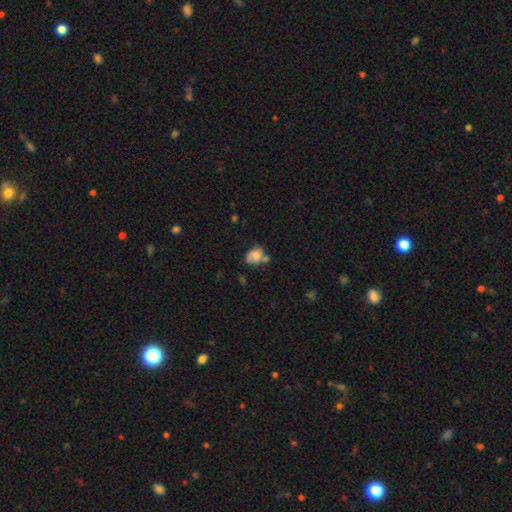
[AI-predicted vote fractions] A smooth galaxy with no disk features (60%) that is in between round and cigar-shaped (61%).

Vote fractions:
- Smooth or featured? smooth: 60% / featured or disk: 30% / star or artifact: 10%
- How rounded? in between: 61% / round: 38% / cigar-shaped: 1%
- Merging? none: 38% / minor disturbance: 26% / merger: 24% / major disturbance: 12%